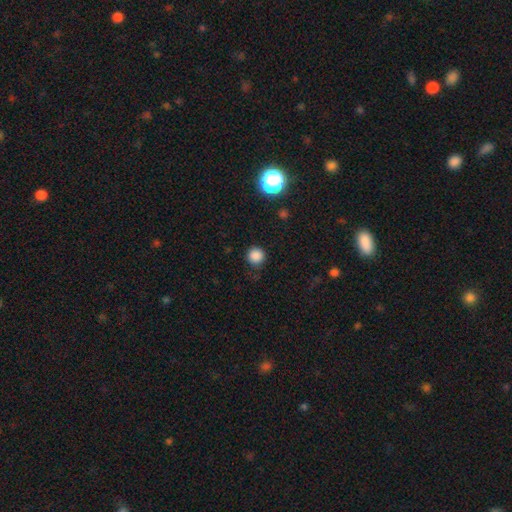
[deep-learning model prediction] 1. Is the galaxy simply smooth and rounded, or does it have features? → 85% smooth, 13% star or artifact, 3% featured or disk.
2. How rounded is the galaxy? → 94% round, 5% in between, 1% cigar-shaped.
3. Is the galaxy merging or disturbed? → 87% none, 9% minor disturbance, 3% major disturbance, 1% merger.